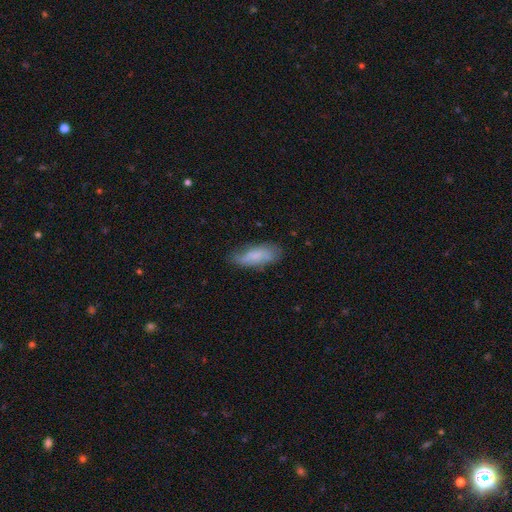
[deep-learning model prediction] Morphology: type=smooth (66%); roundness=in between (73%); merging=none (63%).